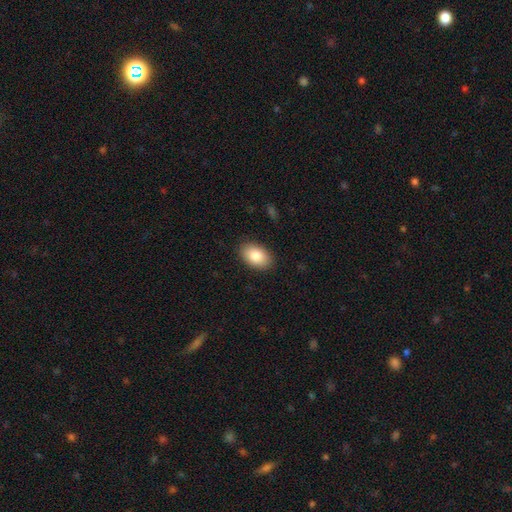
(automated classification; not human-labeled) Q: Smooth or featured?
A: smooth (86%); runner-up: featured or disk (7%)
Q: How rounded?
A: in between (91%); runner-up: round (8%)
Q: Merging?
A: none (89%); runner-up: minor disturbance (8%)